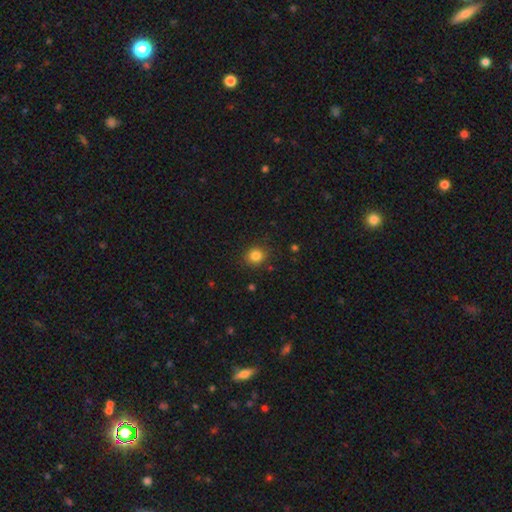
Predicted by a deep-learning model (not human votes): smooth-or-featured: smooth: 83% | star or artifact: 12% | featured or disk: 5%
  how-rounded: round: 85% | in between: 14% | cigar-shaped: 1%
  merging: none: 88% | minor disturbance: 8% | major disturbance: 3% | merger: 1%